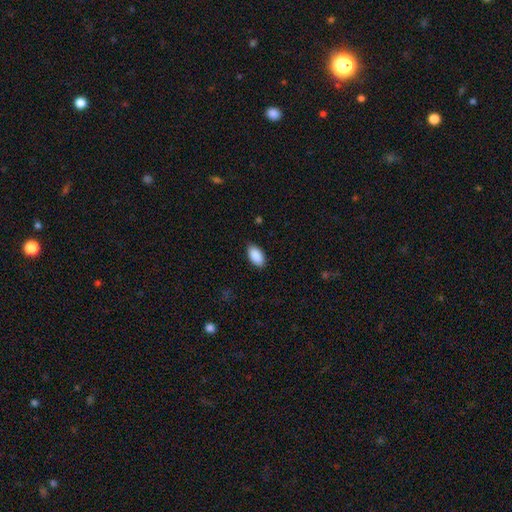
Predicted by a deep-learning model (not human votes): smooth_or_featured: smooth (p=0.91) [alt: star or artifact p=0.06]
how_rounded: in between (p=0.95) [alt: round p=0.03]
merging: none (p=0.86) [alt: minor disturbance p=0.11]